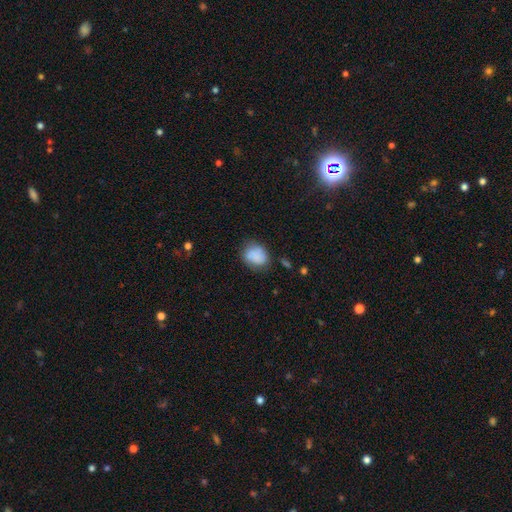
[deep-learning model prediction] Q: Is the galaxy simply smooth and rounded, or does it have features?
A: smooth — 79%.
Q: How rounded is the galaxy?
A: round — 52%.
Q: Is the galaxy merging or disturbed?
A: none — 63%.